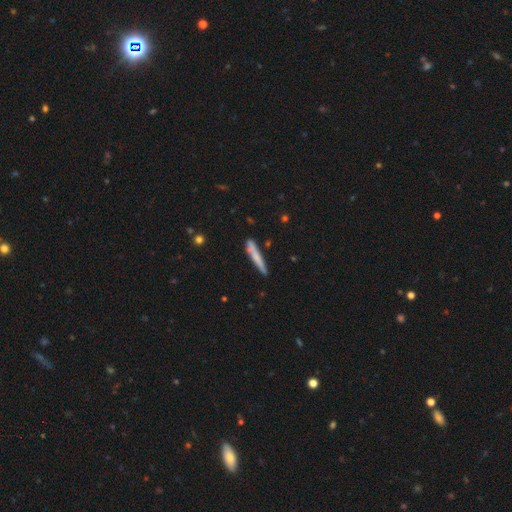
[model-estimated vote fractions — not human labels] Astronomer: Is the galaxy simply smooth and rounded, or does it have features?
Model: smooth — 67%.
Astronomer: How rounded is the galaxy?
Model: cigar-shaped — 95%.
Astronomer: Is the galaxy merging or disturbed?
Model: none — 77%.